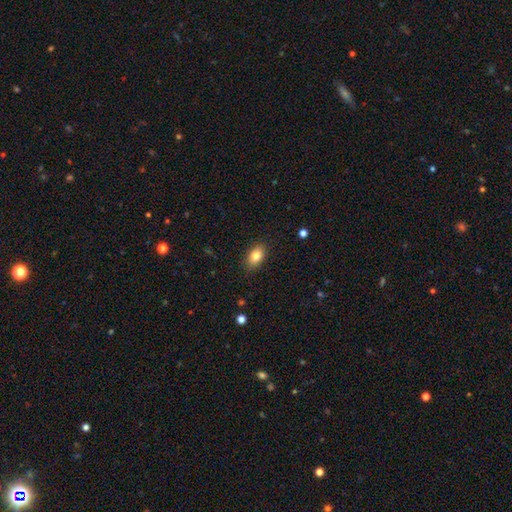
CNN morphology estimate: A smooth galaxy with no disk features (82%) that is in between round and cigar-shaped (86%). Merging: none (87%).